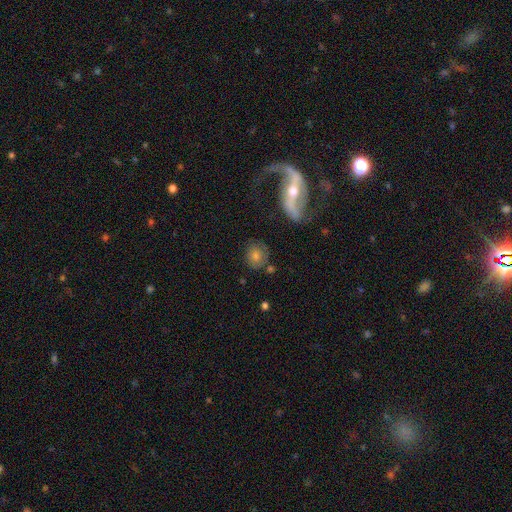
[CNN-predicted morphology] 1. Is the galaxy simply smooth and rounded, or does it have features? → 49% smooth, 39% featured or disk, 12% star or artifact.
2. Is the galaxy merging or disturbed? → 74% none, 13% minor disturbance, 8% major disturbance, 6% merger.